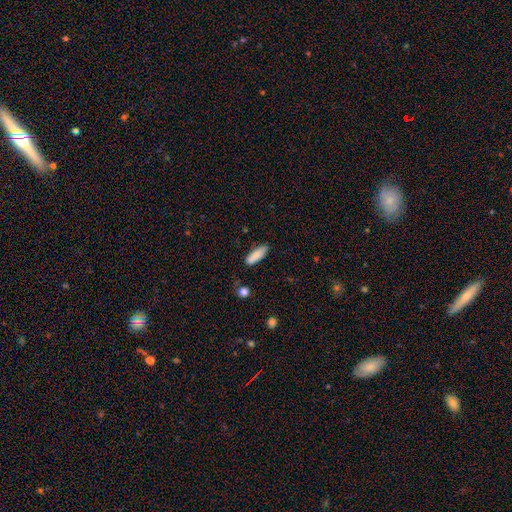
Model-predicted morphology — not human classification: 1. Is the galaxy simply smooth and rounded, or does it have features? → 87% smooth, 7% featured or disk, 6% star or artifact.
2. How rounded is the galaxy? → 58% in between, 40% cigar-shaped, 2% round.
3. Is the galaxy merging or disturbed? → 82% none, 13% minor disturbance, 2% major disturbance, 2% merger.